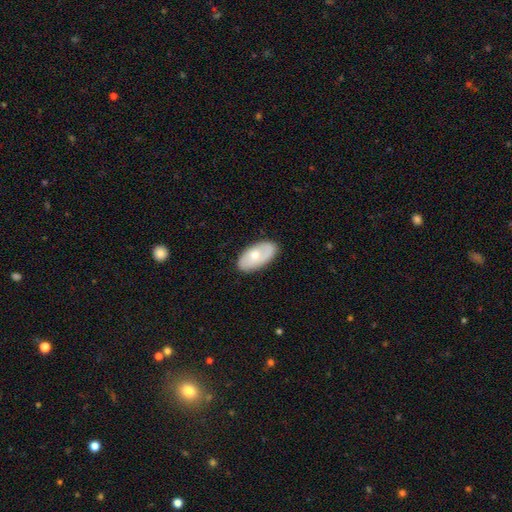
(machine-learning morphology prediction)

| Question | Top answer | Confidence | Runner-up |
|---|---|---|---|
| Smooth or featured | smooth | 58% | featured or disk (36%) |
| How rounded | in between | 94% | round (4%) |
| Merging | none | 83% | minor disturbance (13%) |